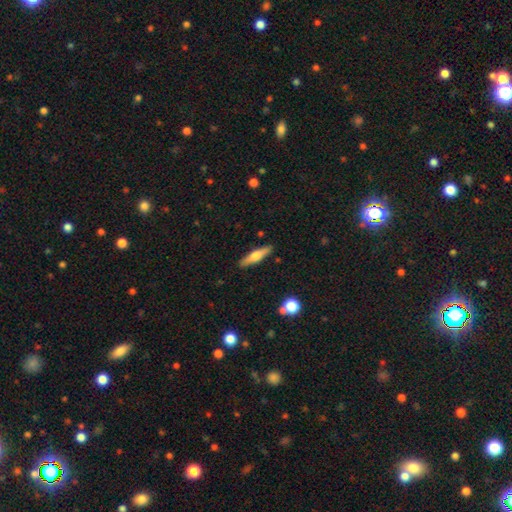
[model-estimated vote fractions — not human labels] This is possibly a smooth galaxy (48%). Merging: clearly none (89%).